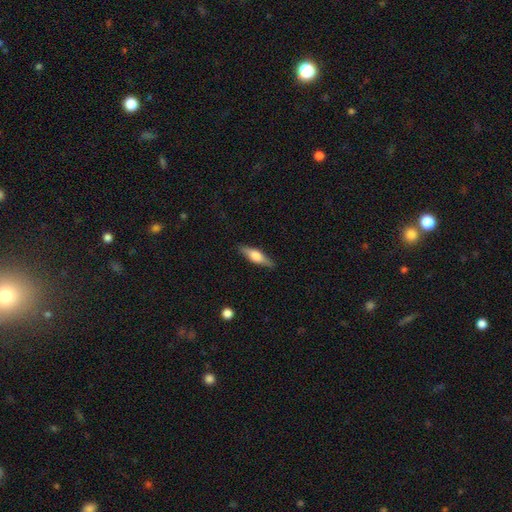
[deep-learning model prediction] Smooth or featured? Predicted: featured or disk (p=0.50). Merging? Predicted: none (p=0.87).